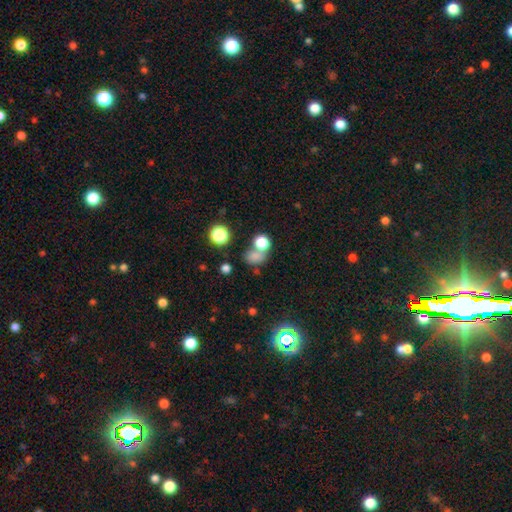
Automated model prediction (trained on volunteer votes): Overall: smooth (72%). How rounded: round (52%; in between 46%). Merging: none (44%; merger 37%).